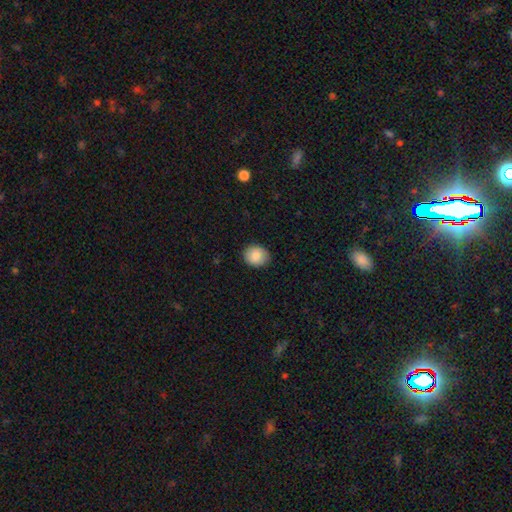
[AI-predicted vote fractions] A smooth galaxy with no disk features (84%) that is round (70%).

Vote fractions:
- Smooth or featured? smooth: 84% / featured or disk: 8% / star or artifact: 8%
- How rounded? round: 70% / in between: 29% / cigar-shaped: 1%
- Merging? none: 88% / minor disturbance: 9% / major disturbance: 2% / merger: 1%